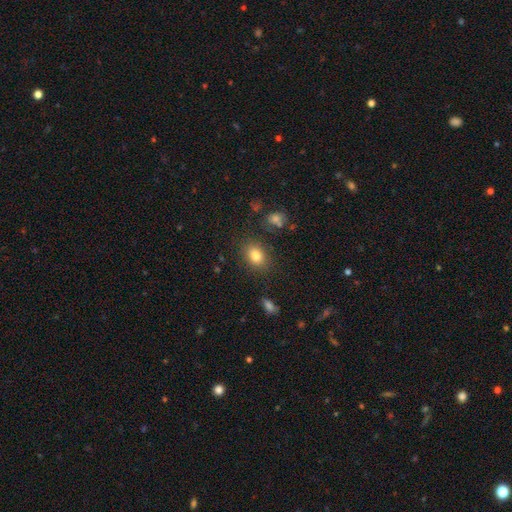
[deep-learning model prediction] This appears to be a smooth galaxy with no disk features (82%) that is in between round and cigar-shaped (67%). Merging: none (83%).